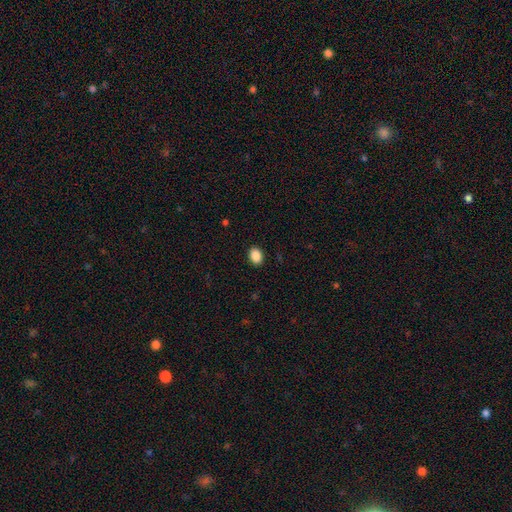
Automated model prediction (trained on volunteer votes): Smooth or featured?
  - smooth: 89% *
  - star or artifact: 8%
  - featured or disk: 3%
How rounded?
  - in between: 71% *
  - round: 28%
  - cigar-shaped: 1%
Merging?
  - none: 90% *
  - minor disturbance: 7%
  - major disturbance: 2%
  - merger: 1%